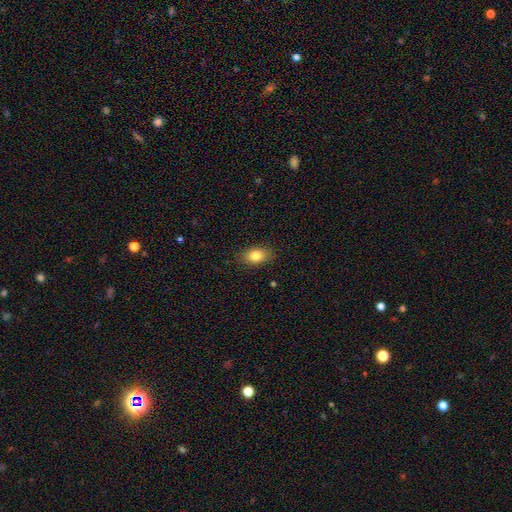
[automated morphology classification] Overall: smooth (82%). How rounded: in between (85%). Merging: none (87%).